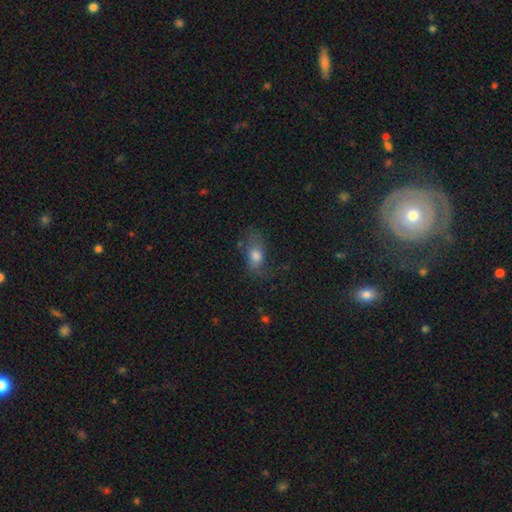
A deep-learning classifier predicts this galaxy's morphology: Smooth or featured? Predicted: smooth (p=0.69). How rounded? Predicted: in between (p=0.79). Merging? Predicted: none (p=0.53).